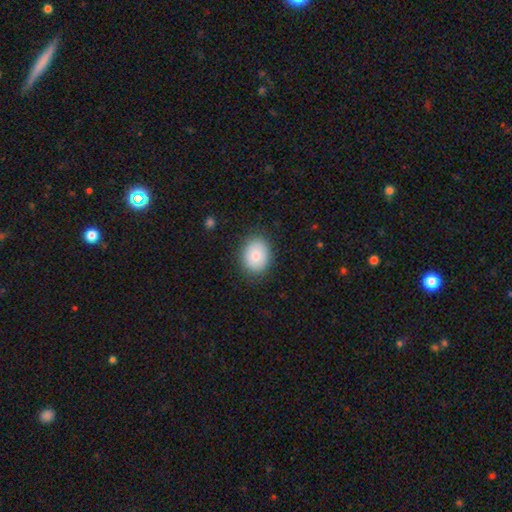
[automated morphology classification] Smooth or featured? Predicted: smooth (p=0.82). How rounded? Predicted: in between (p=0.52). Merging? Predicted: none (p=0.85).